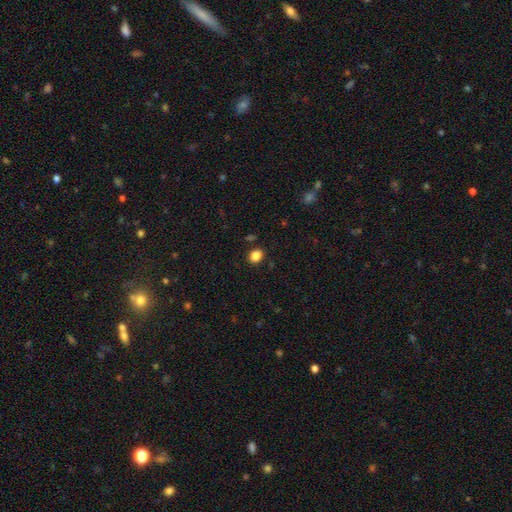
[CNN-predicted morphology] This appears to be a smooth galaxy with no disk features (85%) that is round (56%). Merging: none (87%).